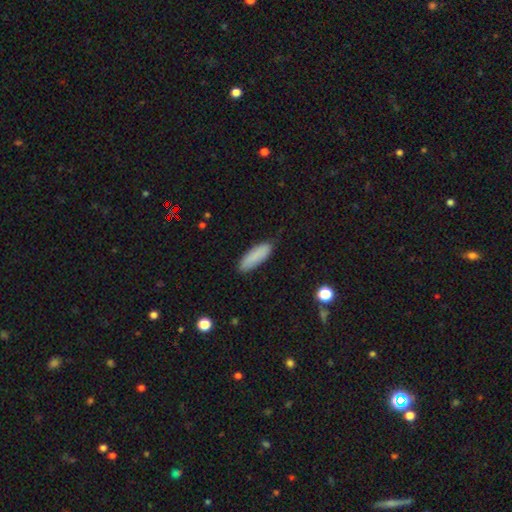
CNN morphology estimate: Smooth or featured?
  - smooth: 87% *
  - featured or disk: 7%
  - star or artifact: 6%
How rounded?
  - in between: 50% *
  - cigar-shaped: 49%
  - round: 2%
Merging?
  - none: 85% *
  - minor disturbance: 12%
  - major disturbance: 2%
  - merger: 1%